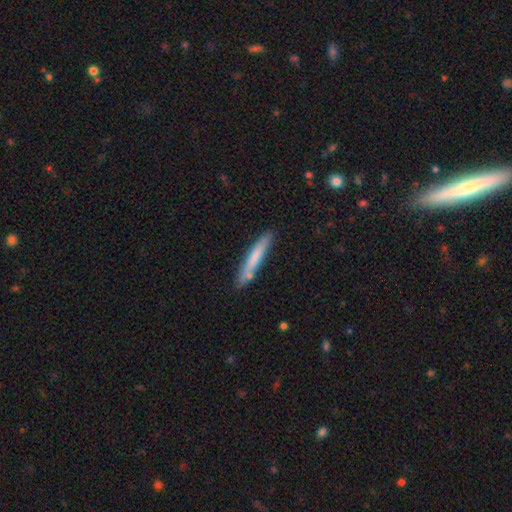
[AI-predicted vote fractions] Smooth or featured: smooth — 54% (featured or disk — 37%)
How rounded: cigar-shaped — 95% (in between — 4%)
Merging: none — 86% (minor disturbance — 11%)